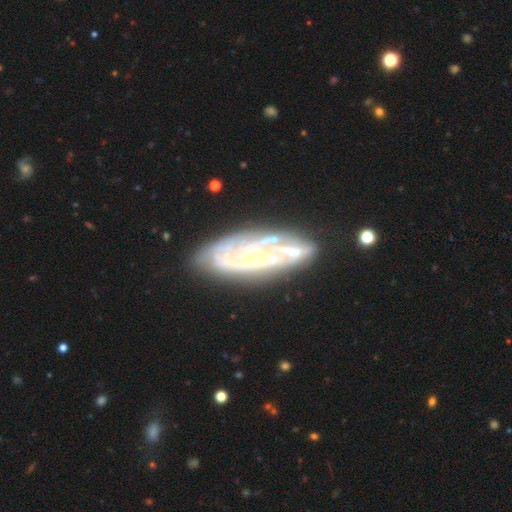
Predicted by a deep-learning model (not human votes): The model was most divided on "spiral arm count": can't tell: 43%, 2: 20%, 3: 17%, 4: 10%, more than 4: 6%, 1: 5%. More confident: spiral arms — yes (87%); edge-on disk — no (87%); smooth or featured — featured or disk (80%); bulge size — small (73%); bar — no (73%); merging — none (72%); spiral winding — tight (64%).